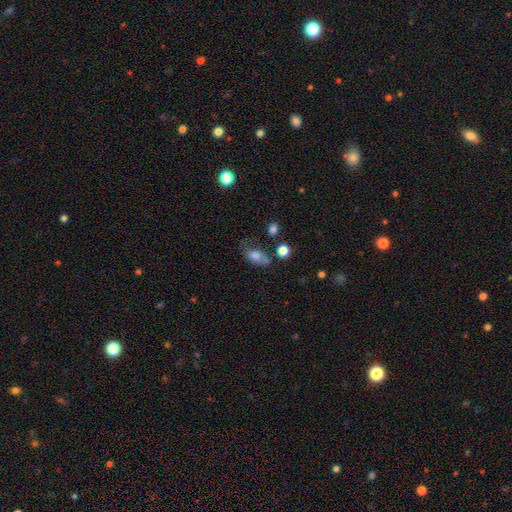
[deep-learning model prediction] Smooth or featured?
  - smooth: 73% *
  - featured or disk: 17%
  - star or artifact: 10%
How rounded?
  - in between: 83% *
  - round: 12%
  - cigar-shaped: 4%
Merging?
  - none: 41% *
  - minor disturbance: 29%
  - major disturbance: 20%
  - merger: 10%